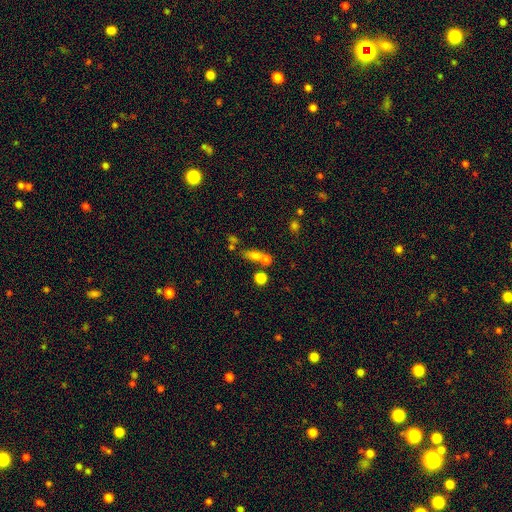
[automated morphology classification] smooth_or_featured: smooth (p=0.68) [alt: featured or disk p=0.17]
how_rounded: in between (p=0.51) [alt: round p=0.33]
merging: none (p=0.44) [alt: merger p=0.40]